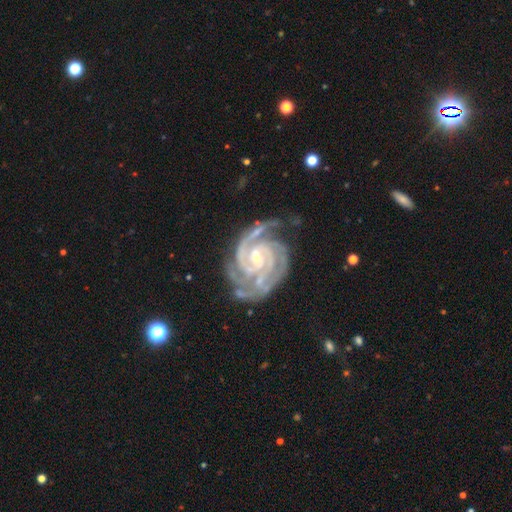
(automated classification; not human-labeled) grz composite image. It shows a featured or disk galaxy (93%) with a weak bar (42%), 3 (37%) tight (78%) spiral arms (99%) and a small central bulge (65%). Merging: none (69%).